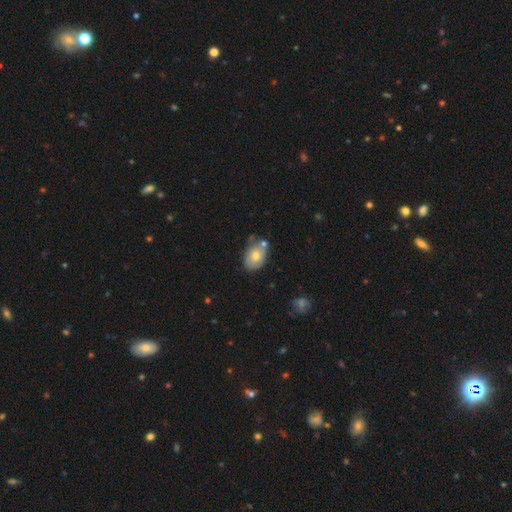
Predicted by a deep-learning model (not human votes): The model was most divided on "merging": none: 57%, minor disturbance: 23%, merger: 15%, major disturbance: 5%. More confident: how rounded — in between (82%); smooth or featured — smooth (66%).